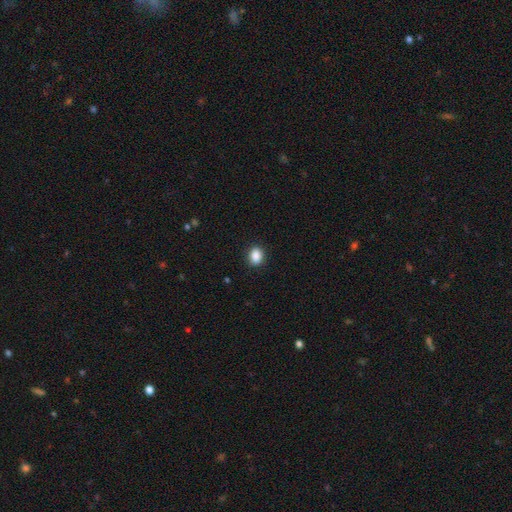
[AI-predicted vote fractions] Smooth or featured?
  - smooth: 88% *
  - star or artifact: 8%
  - featured or disk: 3%
How rounded?
  - in between: 60% *
  - round: 39%
  - cigar-shaped: 1%
Merging?
  - none: 90% *
  - minor disturbance: 7%
  - major disturbance: 2%
  - merger: 1%